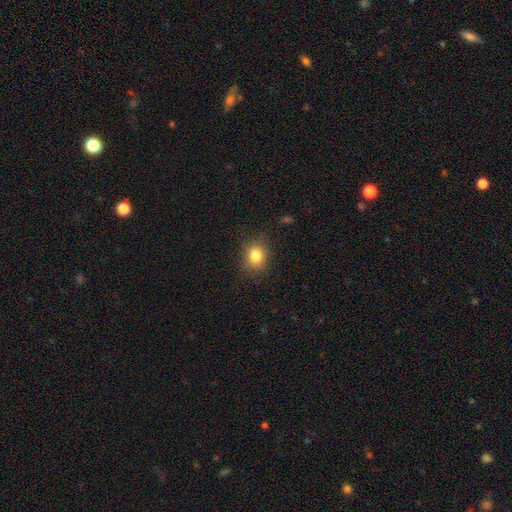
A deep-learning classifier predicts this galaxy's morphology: Overall: smooth (82%). How rounded: round (64%; in between 35%). Merging: none (85%).